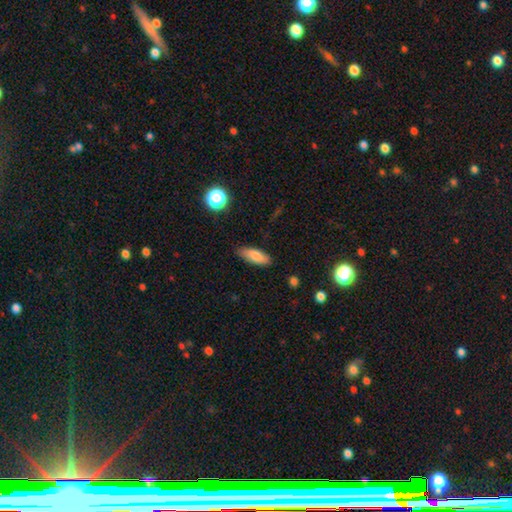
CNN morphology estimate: This appears to be a smooth galaxy with no disk features (81%) that is in between round and cigar-shaped (70%). Merging: none (82%).